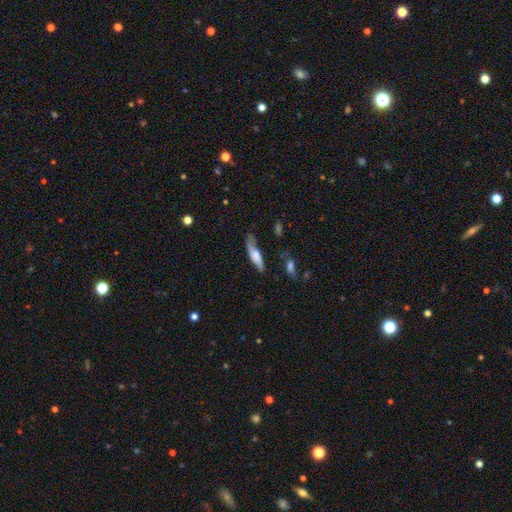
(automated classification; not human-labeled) smooth_or_featured: smooth (p=0.61) [alt: featured or disk p=0.32]
how_rounded: cigar-shaped (p=0.63) [alt: in between p=0.35]
merging: none (p=0.55) [alt: minor disturbance p=0.29]